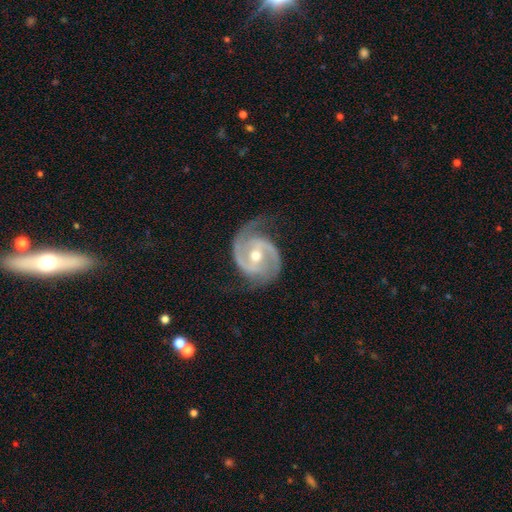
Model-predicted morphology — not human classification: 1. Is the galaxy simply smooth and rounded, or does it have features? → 92% featured or disk, 4% star or artifact, 4% smooth.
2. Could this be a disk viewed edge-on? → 98% no, 2% yes.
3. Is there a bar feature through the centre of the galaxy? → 42% weak, 38% no, 20% strong.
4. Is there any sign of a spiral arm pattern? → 98% yes, 2% no.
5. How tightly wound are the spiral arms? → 51% medium, 37% tight, 12% loose.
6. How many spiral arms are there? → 89% 2, 4% 3, 3% can't tell, 2% 1, 1% 4, 1% more than 4.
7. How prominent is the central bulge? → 64% moderate, 32% small, 2% large, 1% none, 1% dominant.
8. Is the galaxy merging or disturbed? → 70% none, 20% minor disturbance, 9% major disturbance, 1% merger.